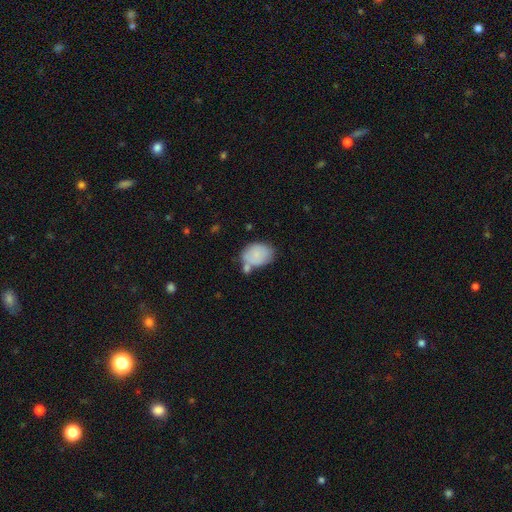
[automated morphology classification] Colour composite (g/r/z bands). It shows a smooth galaxy with no disk features (80%) that is in between round and cigar-shaped (78%). Merging: none (46%).